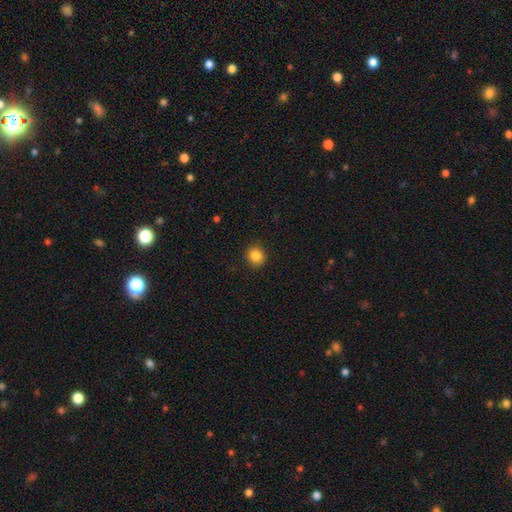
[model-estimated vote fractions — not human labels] smooth_or_featured: smooth (p=0.86) [alt: star or artifact p=0.10]
how_rounded: round (p=0.80) [alt: in between p=0.19]
merging: none (p=0.89) [alt: minor disturbance p=0.08]